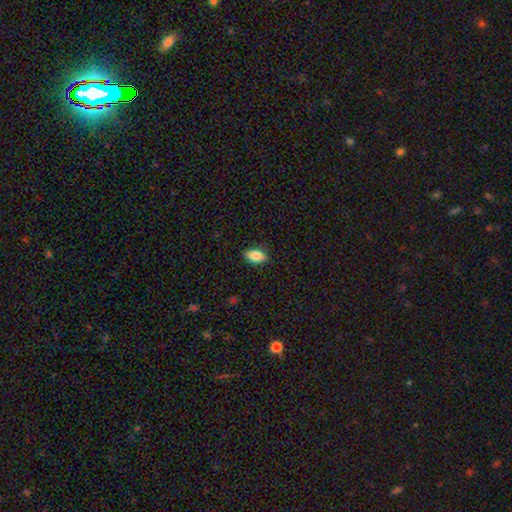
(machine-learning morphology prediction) The model was most divided on "smooth or featured": smooth: 83%, featured or disk: 10%, star or artifact: 8%. More confident: how rounded — in between (89%); merging — none (87%).